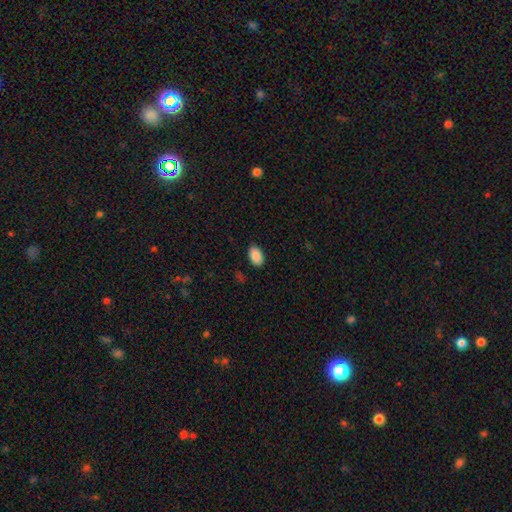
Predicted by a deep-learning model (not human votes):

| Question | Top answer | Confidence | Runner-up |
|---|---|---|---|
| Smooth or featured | smooth | 89% | star or artifact (7%) |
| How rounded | in between | 93% | round (6%) |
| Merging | none | 87% | minor disturbance (9%) |